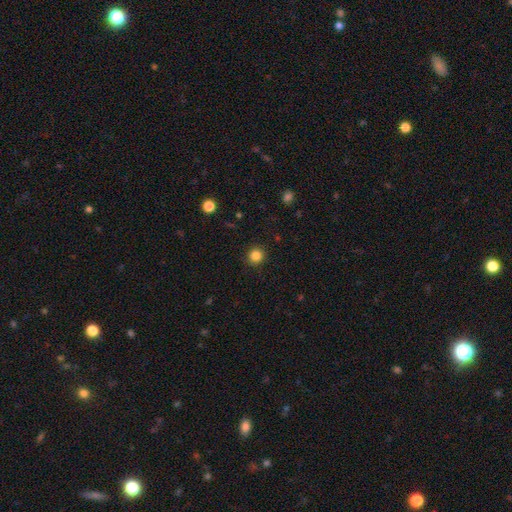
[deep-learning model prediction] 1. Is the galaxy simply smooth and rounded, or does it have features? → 84% smooth, 12% star or artifact, 4% featured or disk.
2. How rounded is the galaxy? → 93% round, 6% in between, 1% cigar-shaped.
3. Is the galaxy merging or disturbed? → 91% none, 6% minor disturbance, 2% major disturbance, 1% merger.